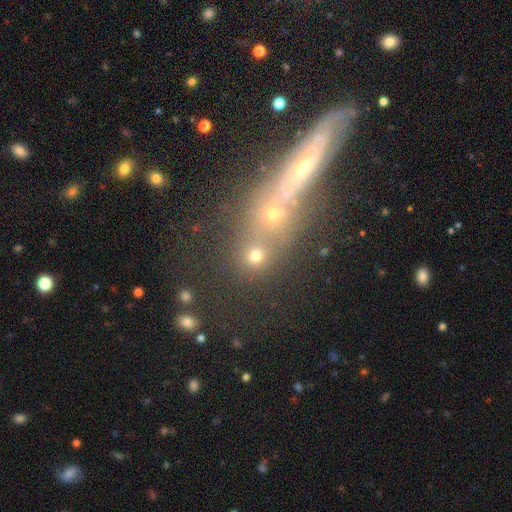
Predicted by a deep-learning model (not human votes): Q: Smooth or featured?
A: smooth (68%); runner-up: star or artifact (23%)
Q: How rounded?
A: round (82%); runner-up: in between (16%)
Q: Merging?
A: none (53%); runner-up: merger (36%)